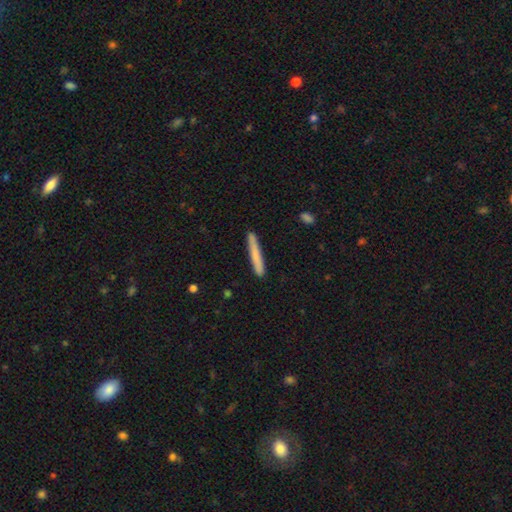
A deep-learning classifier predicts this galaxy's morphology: smooth-or-featured: smooth: 74% | featured or disk: 21% | star or artifact: 6%
  how-rounded: cigar-shaped: 96% | in between: 2% | round: 1%
  merging: none: 88% | minor disturbance: 9% | major disturbance: 2% | merger: 1%